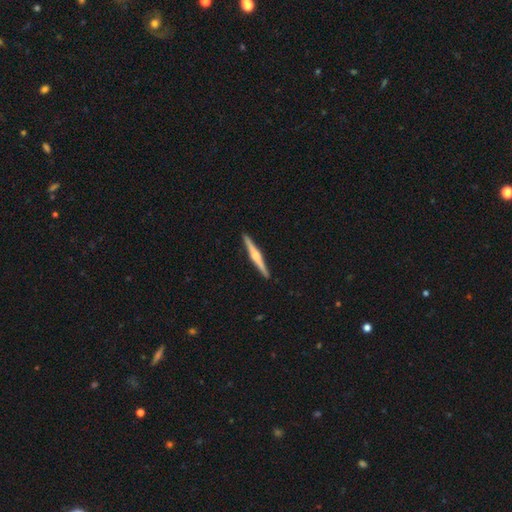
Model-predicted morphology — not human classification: The model was most divided on "smooth or featured": featured or disk: 76%, smooth: 19%, star or artifact: 5%. More confident: edge-on disk — yes (99%); merging — none (93%); edge-on bulge — rounded (87%).